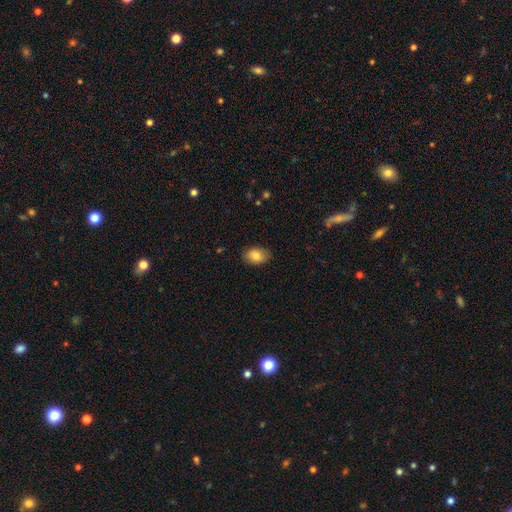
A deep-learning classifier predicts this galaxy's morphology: smooth-or-featured: smooth: 84% | featured or disk: 9% | star or artifact: 7%
  how-rounded: in between: 85% | round: 14% | cigar-shaped: 1%
  merging: none: 83% | minor disturbance: 13% | major disturbance: 3% | merger: 1%